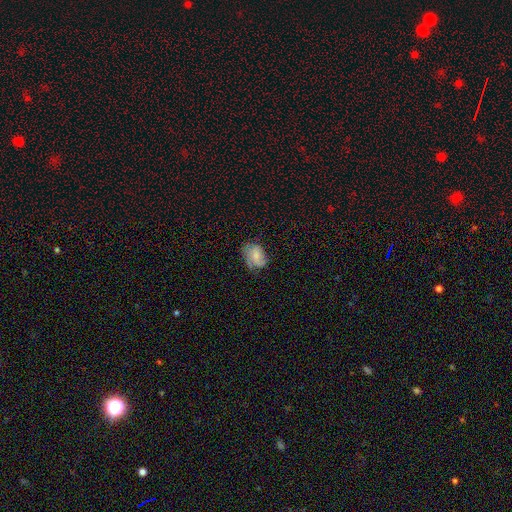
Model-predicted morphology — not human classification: A smooth galaxy with no disk features (55%) that is in between round and cigar-shaped (74%). Merging: none (52%).